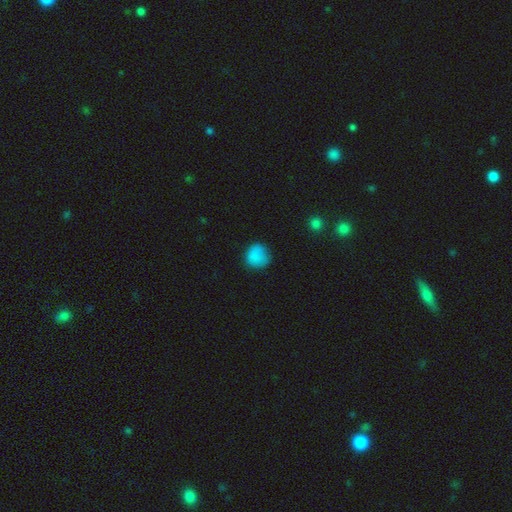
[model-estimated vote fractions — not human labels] Overall: smooth (84%). How rounded: round (87%). Merging: none (75%).